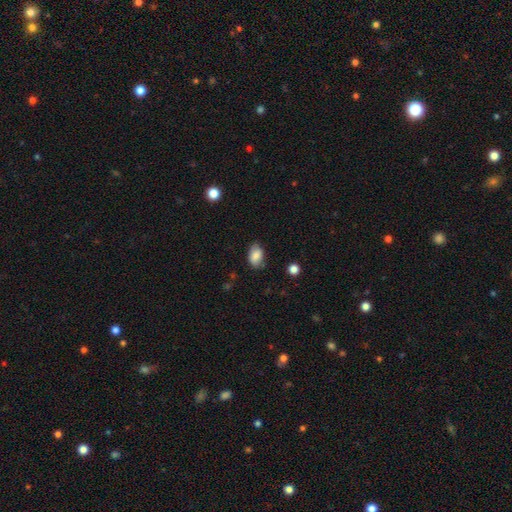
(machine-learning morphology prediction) smooth 83%, featured or disk 9%, star or artifact 8%. Down the decision tree: how rounded — in between (88%); merging — none (70%).